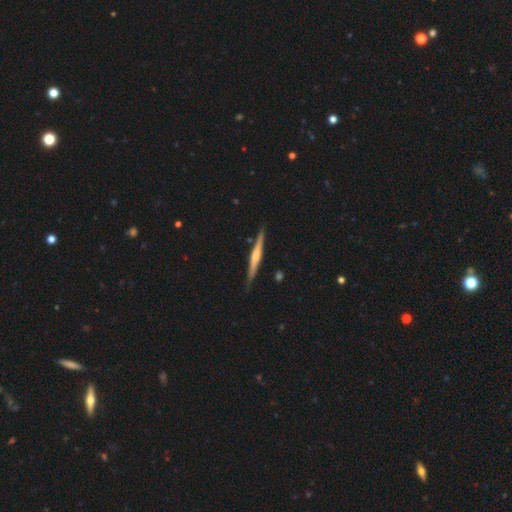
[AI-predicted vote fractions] Overall: featured or disk (66%; smooth 29%). Edge-on disk: yes (97%). Edge-on bulge: rounded (72%). Merging: none (86%).